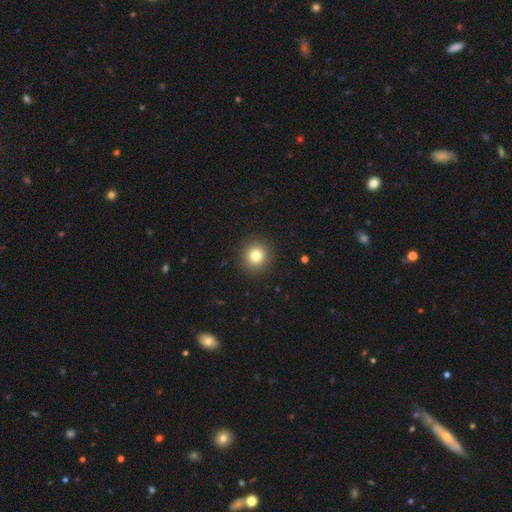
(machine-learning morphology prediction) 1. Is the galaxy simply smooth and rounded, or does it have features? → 80% smooth, 12% star or artifact, 8% featured or disk.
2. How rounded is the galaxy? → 91% round, 8% in between, 1% cigar-shaped.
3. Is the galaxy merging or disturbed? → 91% none, 6% minor disturbance, 2% major disturbance, 1% merger.